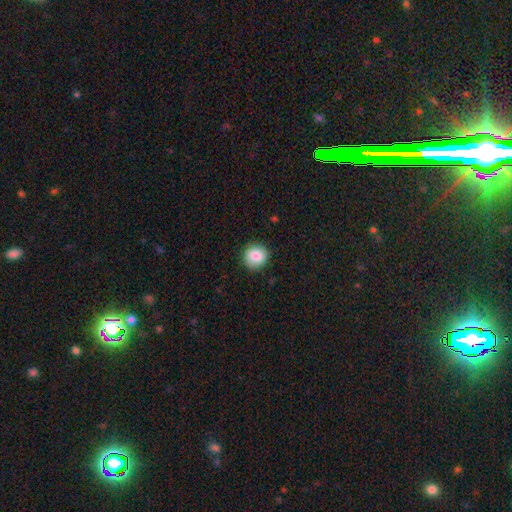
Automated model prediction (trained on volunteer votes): The model was most divided on "smooth or featured": smooth: 84%, star or artifact: 8%, featured or disk: 7%. More confident: how rounded — round (89%); merging — none (89%).